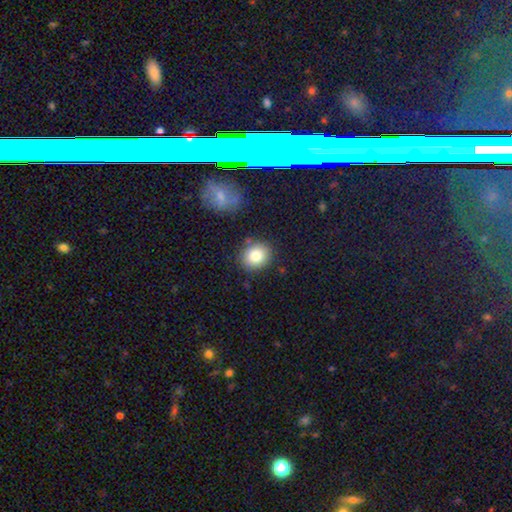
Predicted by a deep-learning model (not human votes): smooth 82%, star or artifact 10%, featured or disk 8%. Down the decision tree: how rounded — round (74%); merging — none (84%).